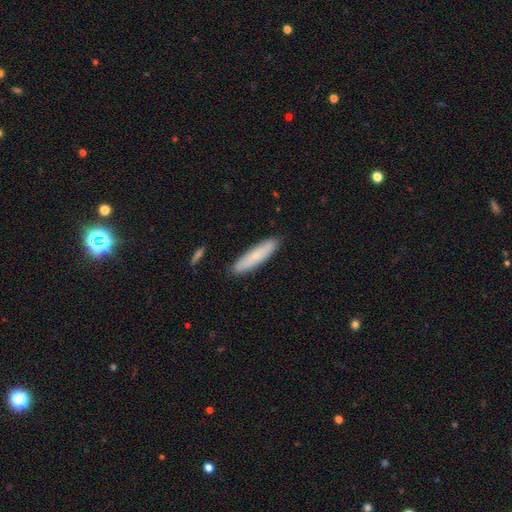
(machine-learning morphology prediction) This appears to be a smooth galaxy with no disk features (74%) that is cigar-shaped (82%). Merging: none (88%).